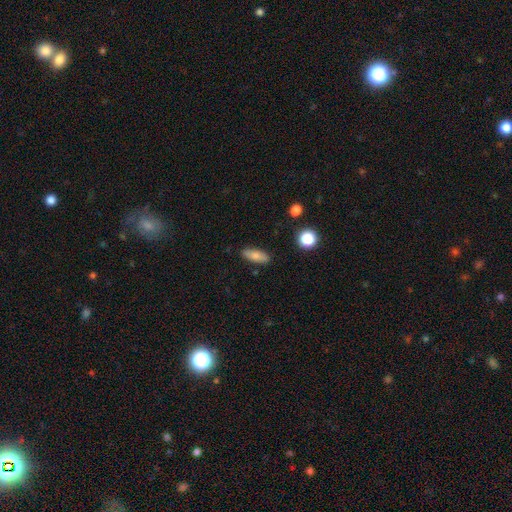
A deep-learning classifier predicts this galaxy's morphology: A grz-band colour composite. It shows a smooth galaxy with no disk features (78%) that is in between round and cigar-shaped (71%). Merging: none (87%).